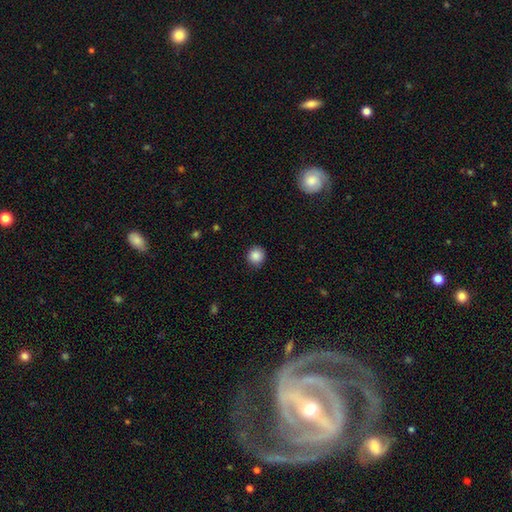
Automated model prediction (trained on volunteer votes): The model was most divided on "smooth or featured": smooth: 87%, star or artifact: 10%, featured or disk: 4%. More confident: how rounded — round (92%); merging — none (89%).